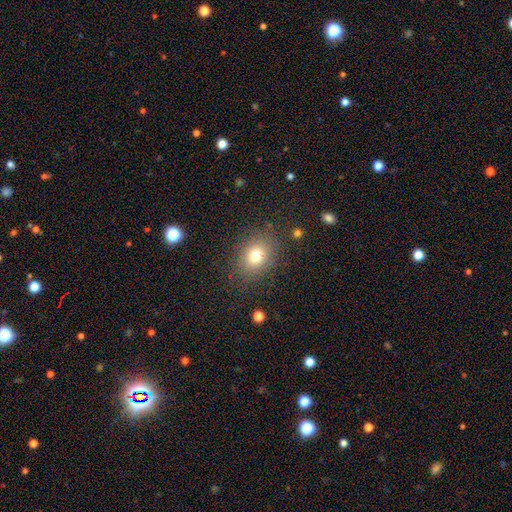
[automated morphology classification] This is likely a smooth galaxy (76%). How rounded: possibly in between (50%). Merging: clearly none (83%).